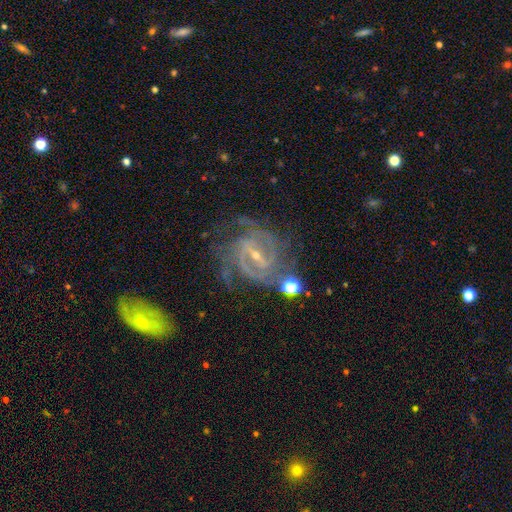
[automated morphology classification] Smooth or featured? featured or disk (90%)
Edge-on disk? no (97%)
Bar? strong (47%)
Spiral arms? yes (98%)
Spiral winding? tight (55%)
Spiral arm count? 2 (38%)
Bulge size? small (71%)
Merging? none (62%)